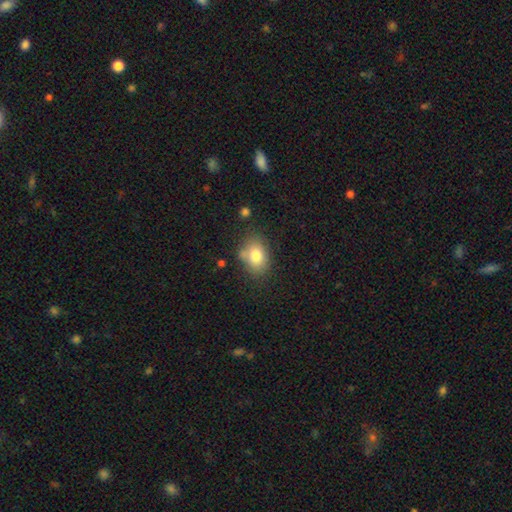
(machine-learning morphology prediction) Smooth or featured?
  - smooth: 79% *
  - featured or disk: 12%
  - star or artifact: 9%
How rounded?
  - in between: 76% *
  - round: 23%
  - cigar-shaped: 1%
Merging?
  - none: 67% *
  - minor disturbance: 20%
  - merger: 8%
  - major disturbance: 5%